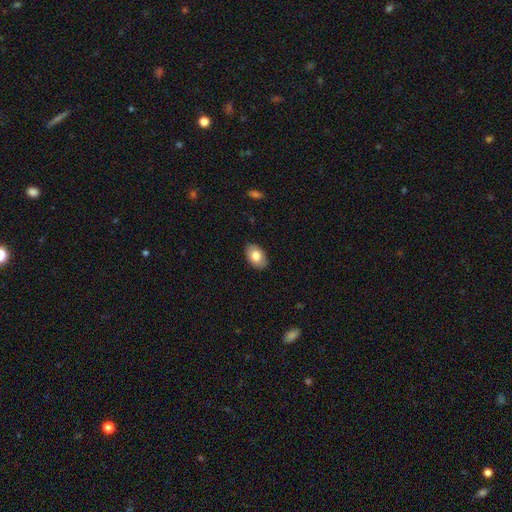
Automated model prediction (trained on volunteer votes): The model was most divided on "smooth or featured": smooth: 81%, featured or disk: 12%, star or artifact: 7%. More confident: how rounded — in between (89%); merging — none (88%).